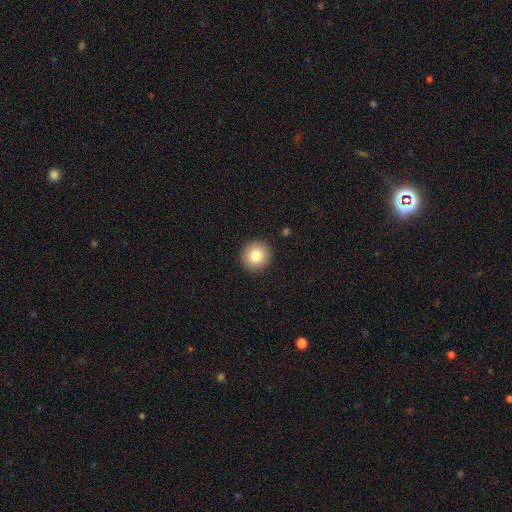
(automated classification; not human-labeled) Overall: smooth (81%). How rounded: round (95%). Merging: none (92%).